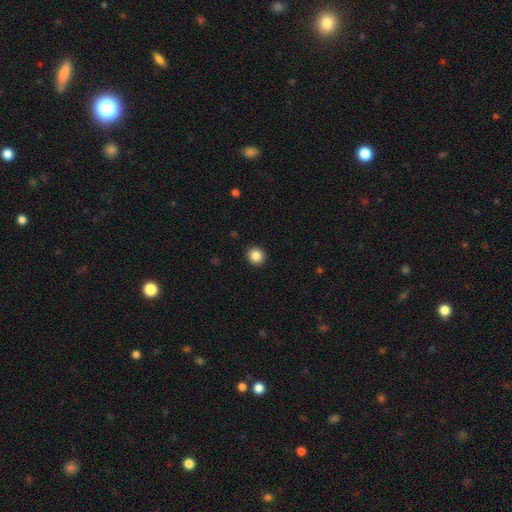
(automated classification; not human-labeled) Overall: smooth (86%). How rounded: round (90%). Merging: none (93%).